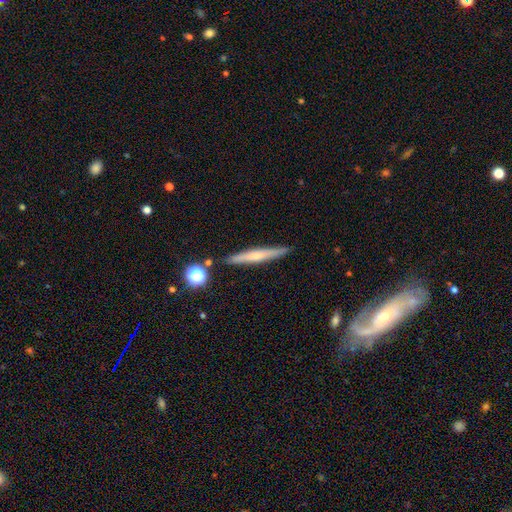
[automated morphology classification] smooth-or-featured: featured or disk: 49% | smooth: 44% | star or artifact: 7%
  merging: none: 86% | minor disturbance: 9% | merger: 3% | major disturbance: 2%